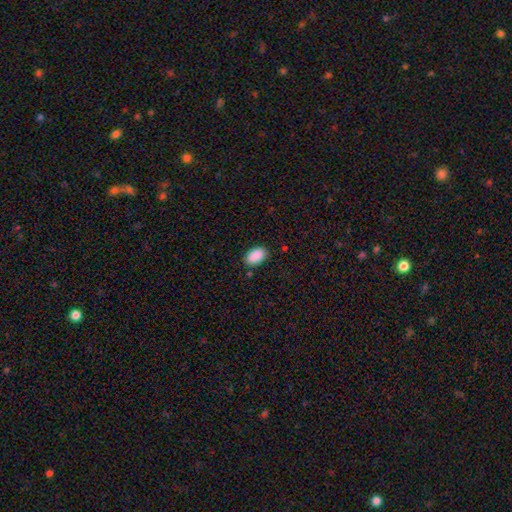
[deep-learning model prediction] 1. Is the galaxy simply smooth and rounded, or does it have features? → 90% smooth, 7% star or artifact, 3% featured or disk.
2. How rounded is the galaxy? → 93% in between, 6% round, 1% cigar-shaped.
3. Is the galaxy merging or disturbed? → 86% none, 10% minor disturbance, 2% major disturbance, 1% merger.